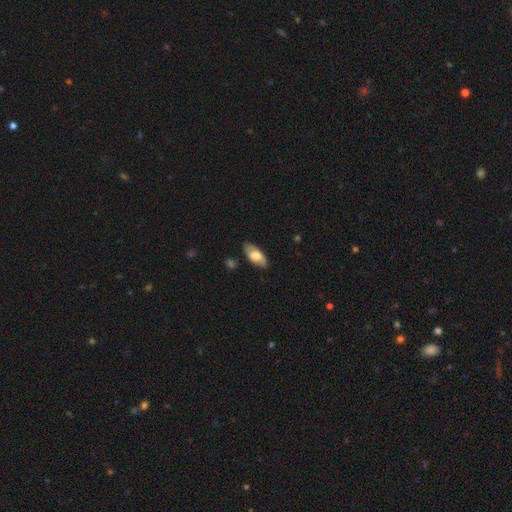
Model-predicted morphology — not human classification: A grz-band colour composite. It shows a smooth galaxy with no disk features (68%) that is in between round and cigar-shaped (90%). Merging: none (83%).